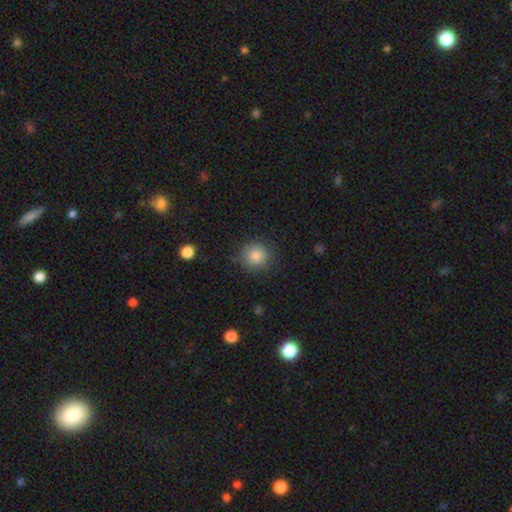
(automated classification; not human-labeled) Smooth or featured? Predicted: smooth (p=0.84). How rounded? Predicted: round (p=0.90). Merging? Predicted: none (p=0.84).